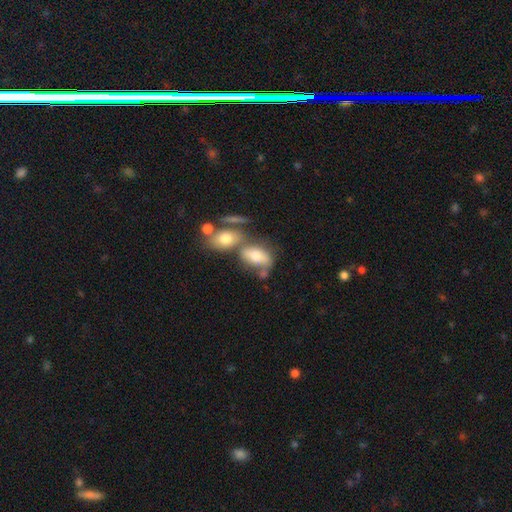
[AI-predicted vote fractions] smooth_or_featured: smooth (p=0.62) [alt: featured or disk p=0.28]
how_rounded: in between (p=0.84) [alt: round p=0.11]
merging: merger (p=0.42) [alt: none p=0.33]